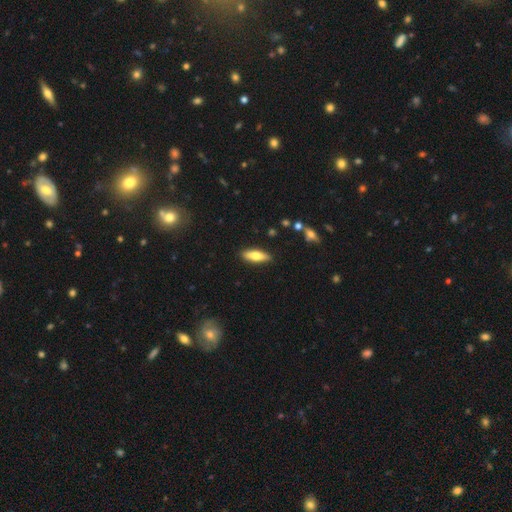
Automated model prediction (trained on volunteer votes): smooth-or-featured: smooth: 67% | featured or disk: 27% | star or artifact: 6%
  how-rounded: in between: 51% | cigar-shaped: 47% | round: 2%
  merging: none: 88% | minor disturbance: 9% | major disturbance: 2% | merger: 1%